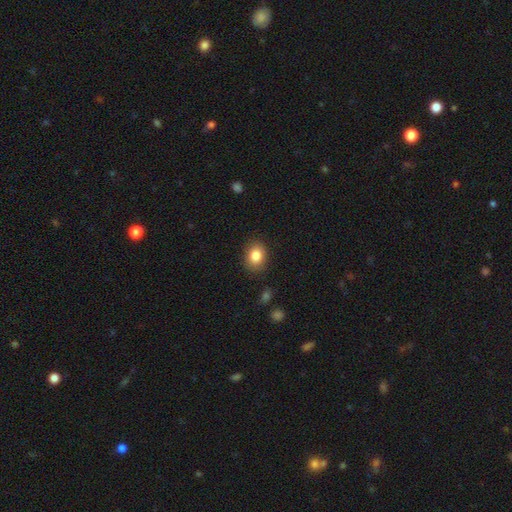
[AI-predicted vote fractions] A smooth galaxy with no disk features (84%) that is in between round and cigar-shaped (53%).

Vote fractions:
- Smooth or featured? smooth: 84% / star or artifact: 9% / featured or disk: 7%
- How rounded? in between: 53% / round: 46% / cigar-shaped: 1%
- Merging? none: 85% / minor disturbance: 11% / major disturbance: 3% / merger: 1%